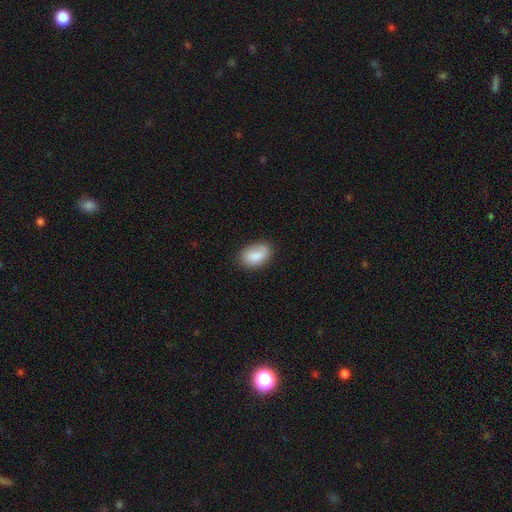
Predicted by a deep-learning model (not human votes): smooth_or_featured: smooth (p=0.85) [alt: featured or disk p=0.08]
how_rounded: in between (p=0.90) [alt: round p=0.09]
merging: none (p=0.73) [alt: minor disturbance p=0.20]